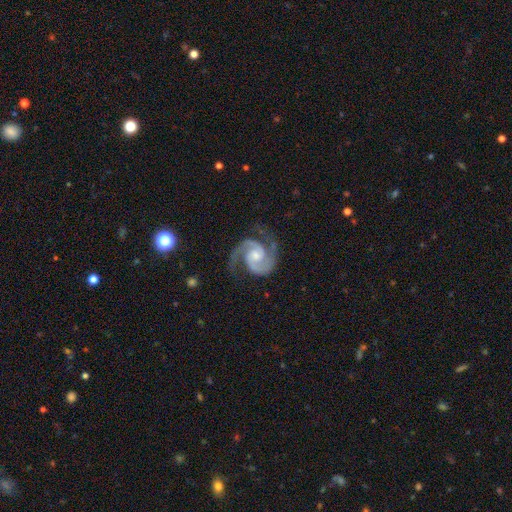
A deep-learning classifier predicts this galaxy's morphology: A featured or disk galaxy (94%) with no bar (61%), 2 (94%) medium (60%) spiral arms (99%) and a moderate central bulge (48%). Merging: none (76%).